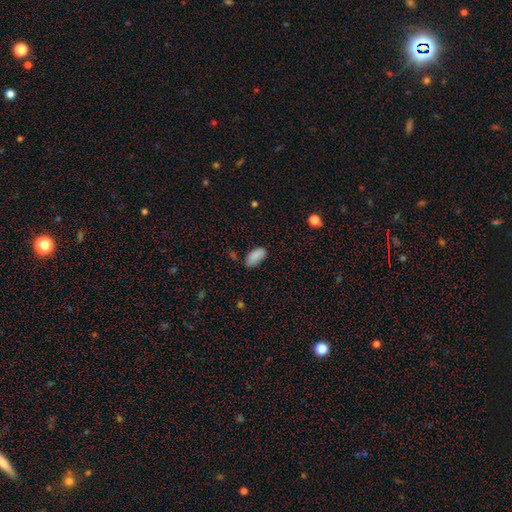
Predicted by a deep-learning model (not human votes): Smooth or featured? Predicted: smooth (p=0.88). How rounded? Predicted: in between (p=0.91). Merging? Predicted: none (p=0.72).